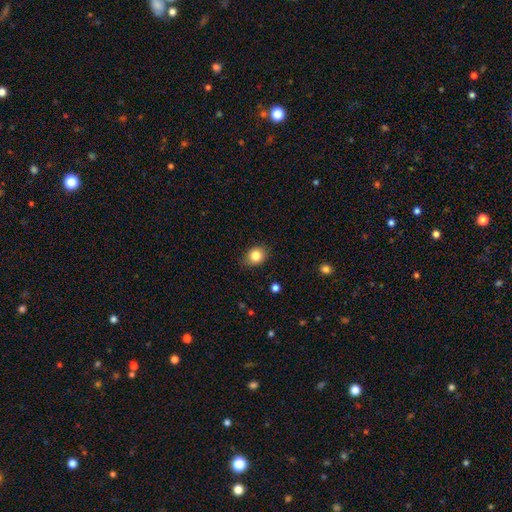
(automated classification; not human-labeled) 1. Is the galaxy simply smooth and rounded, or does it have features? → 84% smooth, 10% star or artifact, 6% featured or disk.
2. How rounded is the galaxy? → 60% round, 39% in between, 1% cigar-shaped.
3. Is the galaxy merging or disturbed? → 82% none, 14% minor disturbance, 3% major disturbance, 1% merger.